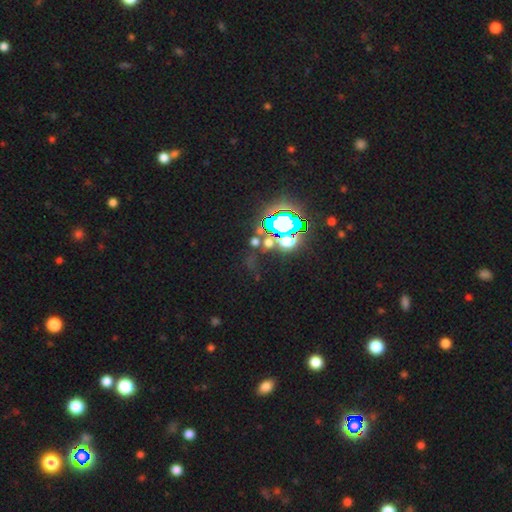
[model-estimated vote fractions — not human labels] Overall: star or artifact (82%).